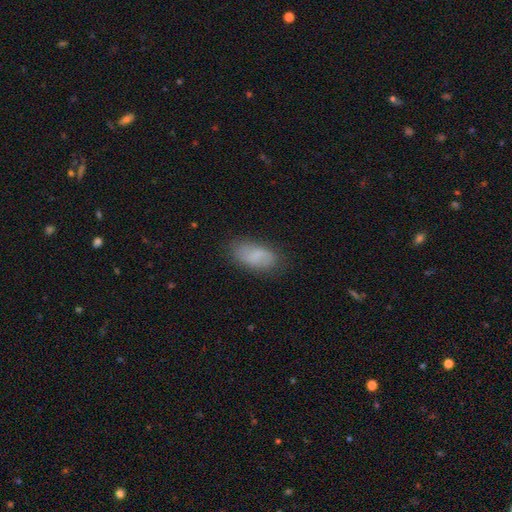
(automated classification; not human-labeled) A smooth galaxy with no disk features (68%) that is in between round and cigar-shaped (89%). Merging: none (75%).